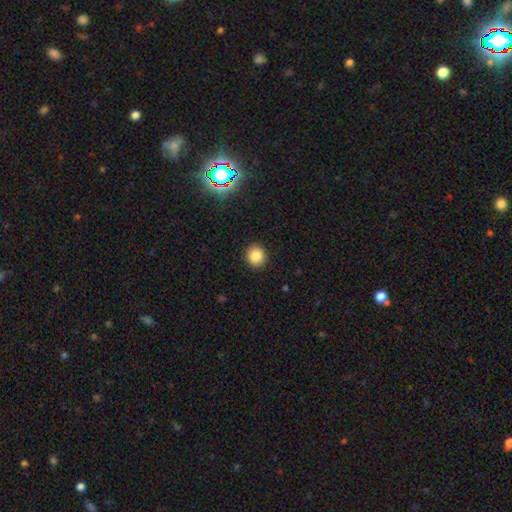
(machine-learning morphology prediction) Smooth or featured? smooth (84%)
How rounded? round (86%)
Merging? none (91%)